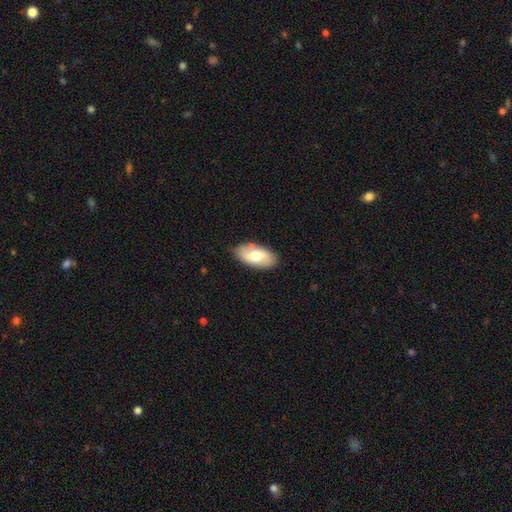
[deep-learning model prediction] This is possibly a smooth galaxy (56%). How rounded: clearly in between (94%). Merging: clearly none (82%).